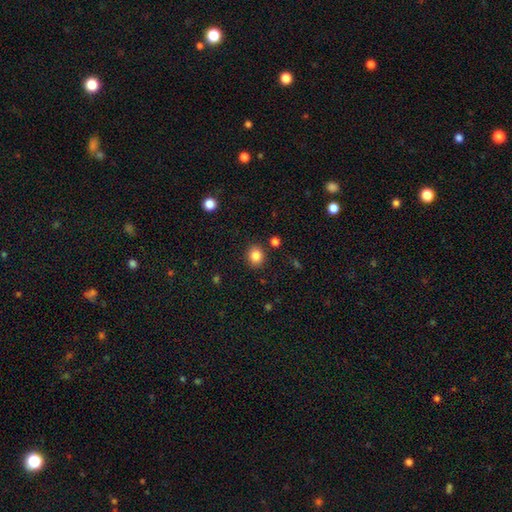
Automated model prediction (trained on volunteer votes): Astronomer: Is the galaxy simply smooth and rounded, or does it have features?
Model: smooth — 84%.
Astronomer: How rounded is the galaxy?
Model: round — 75%.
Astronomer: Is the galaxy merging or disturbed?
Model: none — 88%.